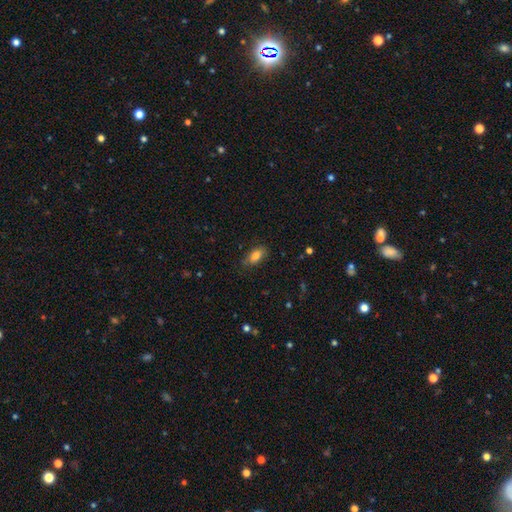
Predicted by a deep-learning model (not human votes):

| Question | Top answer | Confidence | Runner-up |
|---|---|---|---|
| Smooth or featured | smooth | 82% | featured or disk (9%) |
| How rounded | in between | 86% | cigar-shaped (9%) |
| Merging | none | 77% | minor disturbance (18%) |